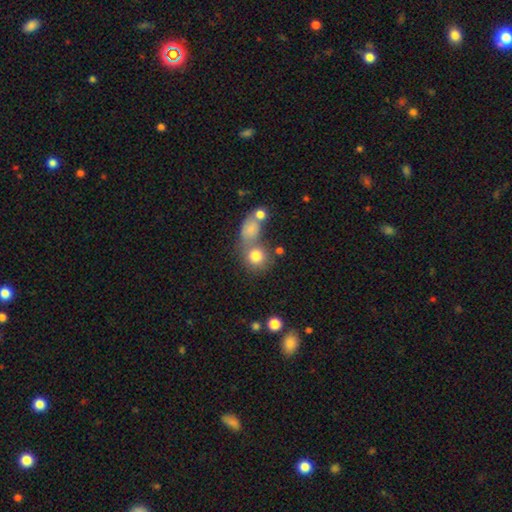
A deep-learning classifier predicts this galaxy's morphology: smooth-or-featured: smooth: 79% | star or artifact: 11% | featured or disk: 10%
  how-rounded: round: 82% | in between: 17% | cigar-shaped: 1%
  merging: none: 49% | merger: 36% | minor disturbance: 10% | major disturbance: 6%